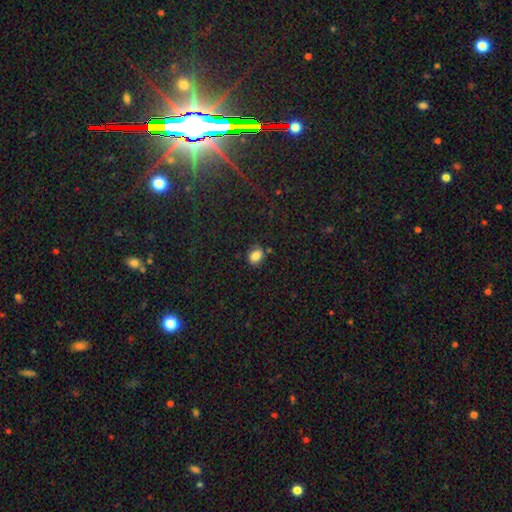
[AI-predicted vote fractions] Smooth or featured?
  - smooth: 83% *
  - star or artifact: 11%
  - featured or disk: 6%
How rounded?
  - in between: 53% *
  - round: 46%
  - cigar-shaped: 1%
Merging?
  - none: 76% *
  - minor disturbance: 16%
  - merger: 4%
  - major disturbance: 4%